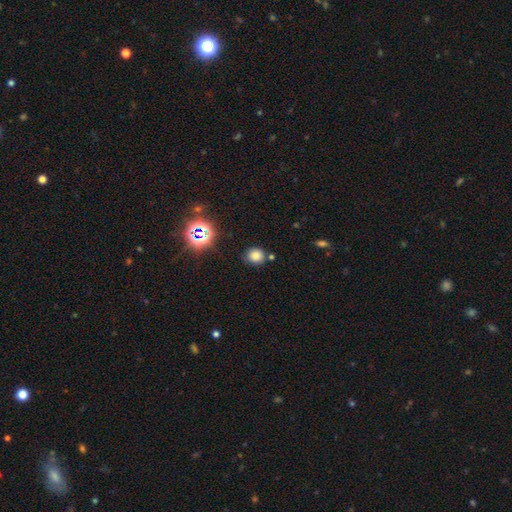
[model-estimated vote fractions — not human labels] This appears to be a smooth galaxy with no disk features (77%) that is round (78%). Merging: none (78%).